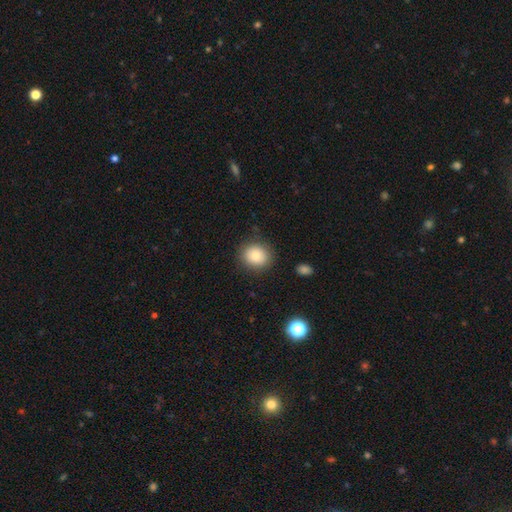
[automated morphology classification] This appears to be a smooth galaxy with no disk features (84%) that is round (74%). Merging: none (87%).